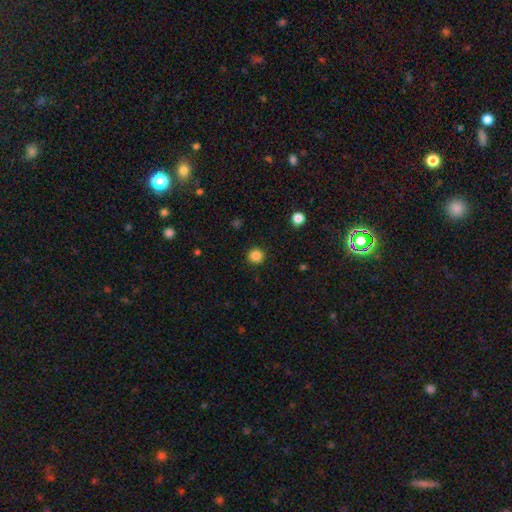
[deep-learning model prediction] smooth-or-featured: smooth: 84% | star or artifact: 12% | featured or disk: 4%
  how-rounded: round: 95% | in between: 4% | cigar-shaped: 1%
  merging: none: 92% | minor disturbance: 5% | major disturbance: 2% | merger: 1%